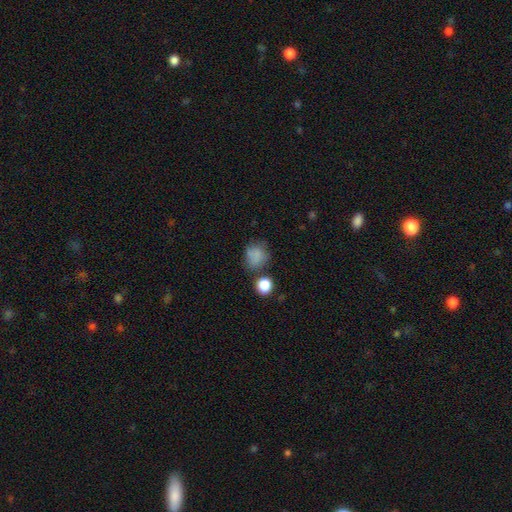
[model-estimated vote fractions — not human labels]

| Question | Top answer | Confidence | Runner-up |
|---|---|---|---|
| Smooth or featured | smooth | 79% | star or artifact (12%) |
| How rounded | round | 73% | in between (26%) |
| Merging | none | 59% | minor disturbance (22%) |